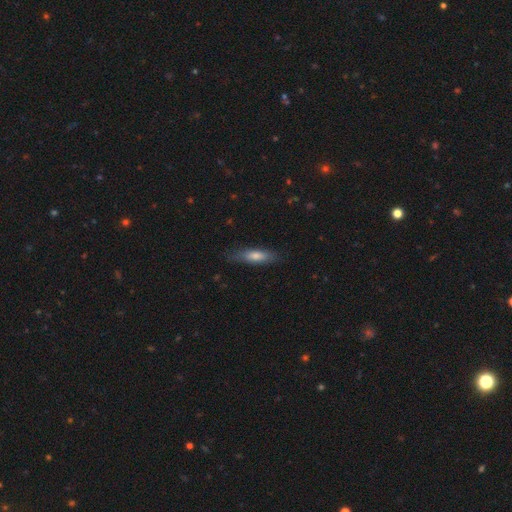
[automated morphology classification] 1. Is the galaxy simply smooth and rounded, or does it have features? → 67% smooth, 26% featured or disk, 7% star or artifact.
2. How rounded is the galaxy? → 67% cigar-shaped, 32% in between, 2% round.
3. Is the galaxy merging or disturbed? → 79% none, 16% minor disturbance, 4% major disturbance, 1% merger.